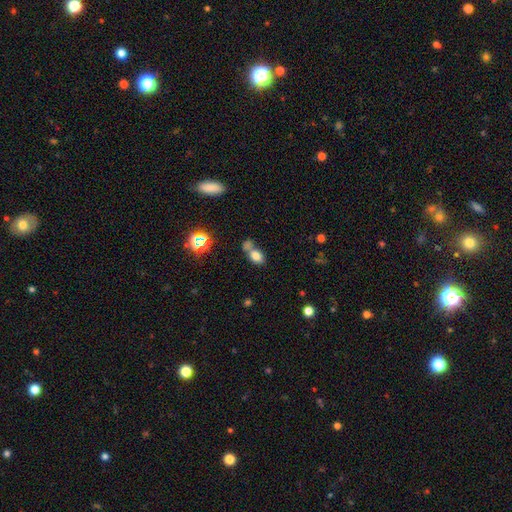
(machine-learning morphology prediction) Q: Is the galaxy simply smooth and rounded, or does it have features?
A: smooth — 75%.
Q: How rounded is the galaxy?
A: in between — 79%.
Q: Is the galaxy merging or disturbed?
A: merger — 44%.